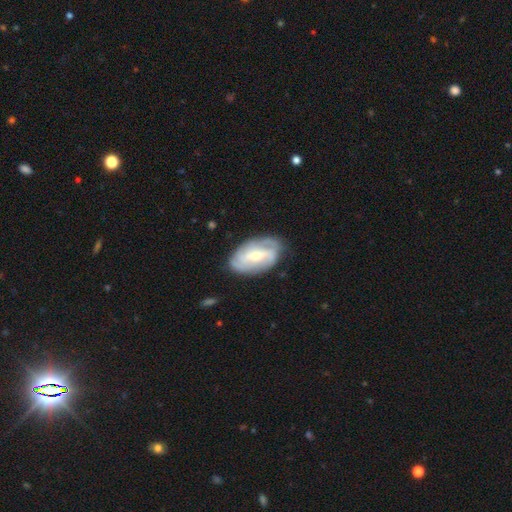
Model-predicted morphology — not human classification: Overall: featured or disk (75%). Edge-on disk: no (95%). Bar: weak (44%; strong 37%). Spiral arms: yes (89%). Spiral arm count: 2 (42%; can't tell 27%). Spiral winding: tight (44%; medium 38%). Bulge size: small (48%; moderate 47%). Merging: none (74%).